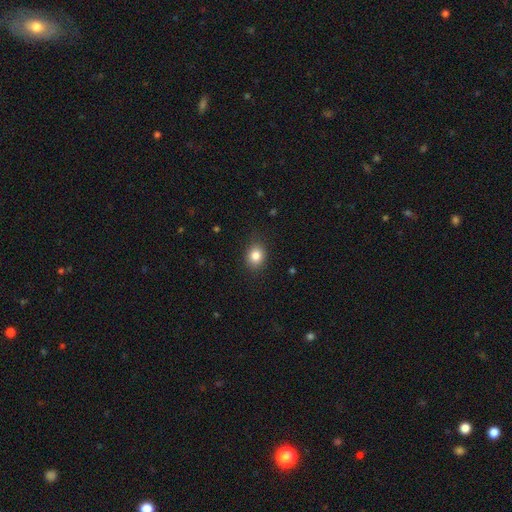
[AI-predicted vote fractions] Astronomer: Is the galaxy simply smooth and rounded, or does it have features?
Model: smooth — 83%.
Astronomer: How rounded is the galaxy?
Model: round — 56% (runner-up: in between, 43%).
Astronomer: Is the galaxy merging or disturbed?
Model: none — 84%.